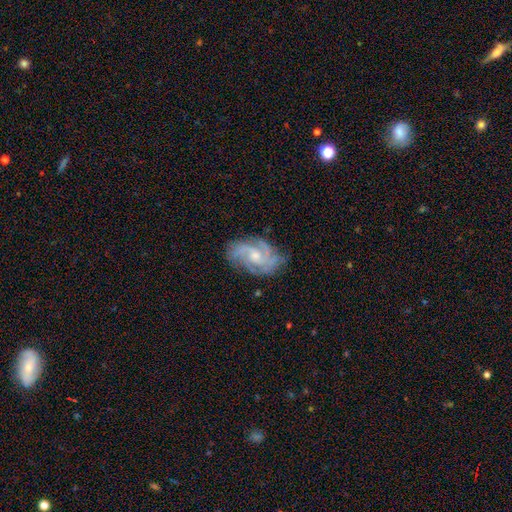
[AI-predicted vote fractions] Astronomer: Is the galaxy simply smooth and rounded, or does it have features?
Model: featured or disk — 87%.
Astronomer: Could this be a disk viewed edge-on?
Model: no — 97%.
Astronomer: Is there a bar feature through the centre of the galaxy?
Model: no — 60%.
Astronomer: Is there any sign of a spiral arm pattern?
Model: yes — 97%.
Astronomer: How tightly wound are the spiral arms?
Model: medium — 46% (runner-up: tight, 43%).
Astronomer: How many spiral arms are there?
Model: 3 — 38% (runner-up: 2, 23%).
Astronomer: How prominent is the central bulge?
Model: moderate — 49% (runner-up: small, 43%).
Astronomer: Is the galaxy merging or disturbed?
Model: none — 73%.